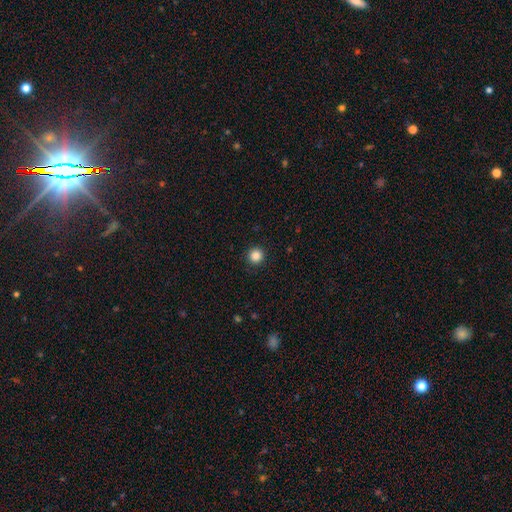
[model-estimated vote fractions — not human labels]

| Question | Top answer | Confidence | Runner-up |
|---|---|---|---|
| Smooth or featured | smooth | 86% | star or artifact (11%) |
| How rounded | round | 96% | in between (3%) |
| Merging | none | 92% | minor disturbance (5%) |